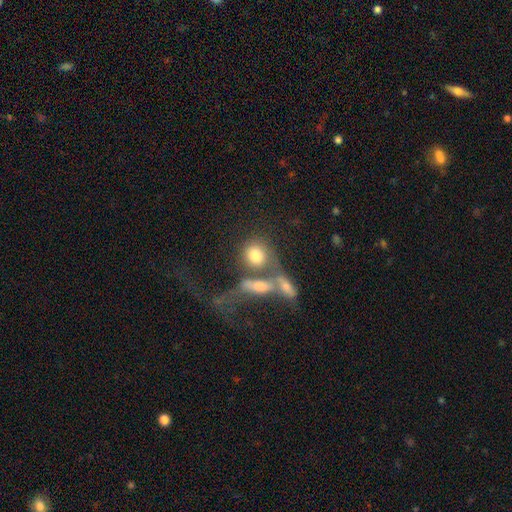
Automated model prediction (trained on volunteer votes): This appears to be a smooth galaxy with no disk features (70%) that is round (68%). Merging: merger (44%).